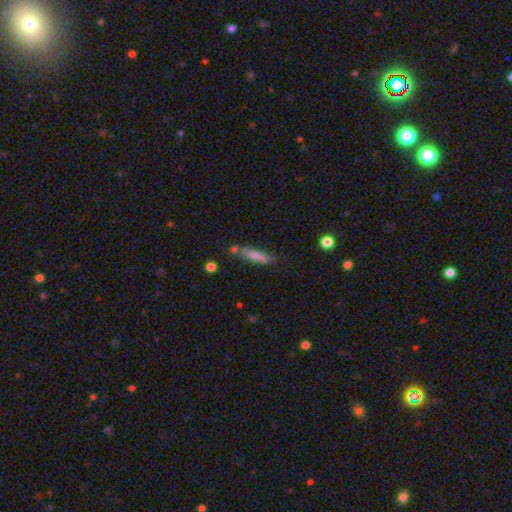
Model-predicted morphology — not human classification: Q: Smooth or featured?
A: smooth (77%); runner-up: featured or disk (15%)
Q: How rounded?
A: cigar-shaped (75%); runner-up: in between (23%)
Q: Merging?
A: none (65%); runner-up: minor disturbance (20%)